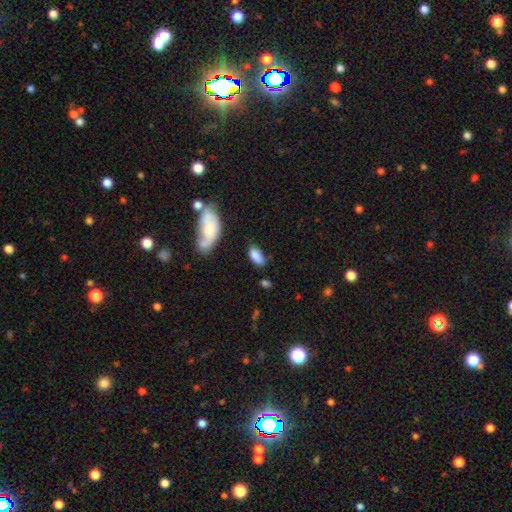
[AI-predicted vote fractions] A smooth galaxy with no disk features (83%) that is in between round and cigar-shaped (90%). Merging: none (61%).